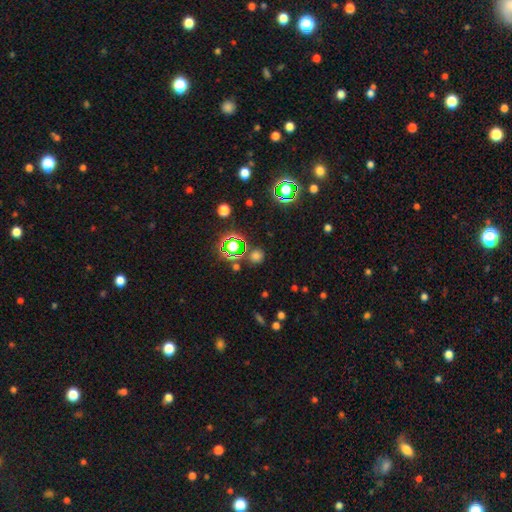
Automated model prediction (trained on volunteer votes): Q: Smooth or featured?
A: smooth (58%); runner-up: star or artifact (36%)
Q: How rounded?
A: round (88%); runner-up: in between (10%)
Q: Merging?
A: none (82%); runner-up: minor disturbance (8%)